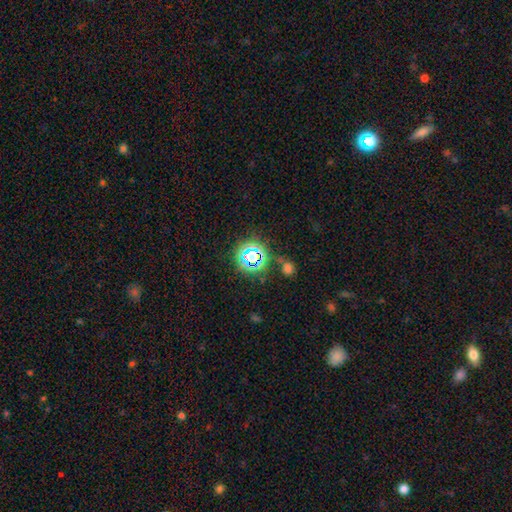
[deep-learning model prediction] Smooth or featured? Predicted: star or artifact (p=0.67).